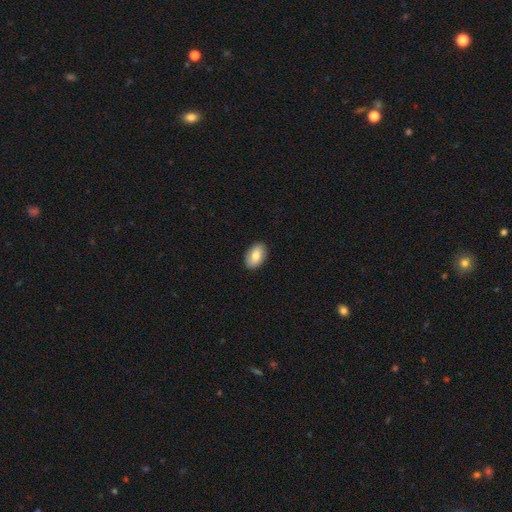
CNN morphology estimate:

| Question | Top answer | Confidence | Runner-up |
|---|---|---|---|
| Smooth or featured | smooth | 79% | featured or disk (14%) |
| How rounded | in between | 91% | round (8%) |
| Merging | none | 90% | minor disturbance (8%) |